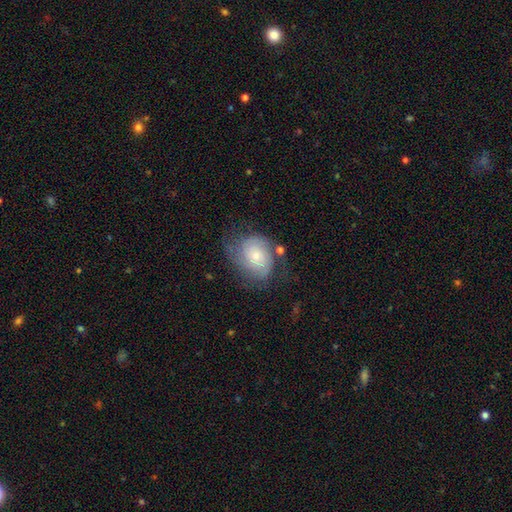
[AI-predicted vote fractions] This is likely a featured or disk galaxy (63%). It is clearly not viewed edge-on (97%). Bar: likely no (77%). Spiral arm pattern: clearly yes (86%). Spiral arm count: marginally 2 (43%). Spiral winding: possibly tight (47%). Central bulge: likely small (64%). Merging: possibly none (52%).